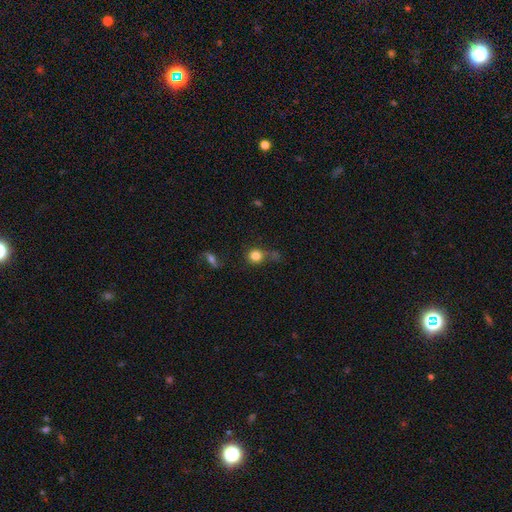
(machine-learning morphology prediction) Q: Smooth or featured?
A: smooth (82%); runner-up: star or artifact (11%)
Q: How rounded?
A: round (89%); runner-up: in between (10%)
Q: Merging?
A: none (61%); runner-up: minor disturbance (16%)